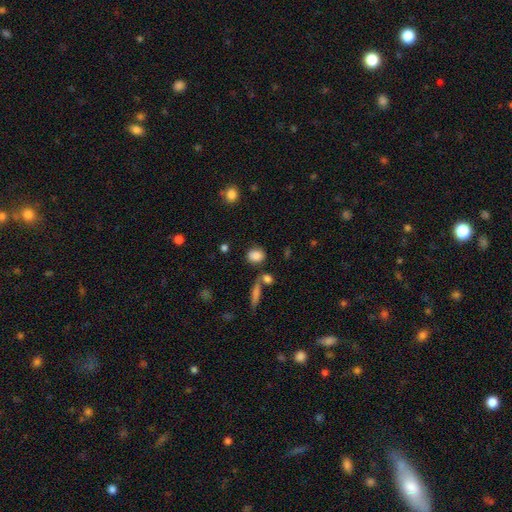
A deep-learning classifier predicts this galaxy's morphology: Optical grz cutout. It shows a smooth galaxy with no disk features (85%) that is round (53%). Merging: none (73%).